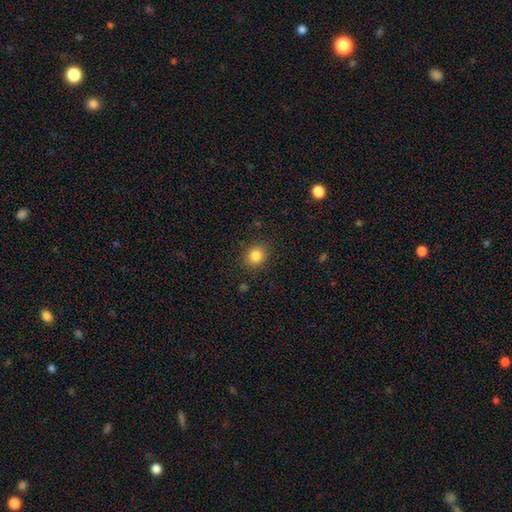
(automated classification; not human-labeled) Smooth or featured?
  - smooth: 83% *
  - star or artifact: 11%
  - featured or disk: 6%
How rounded?
  - round: 73% *
  - in between: 26%
  - cigar-shaped: 1%
Merging?
  - none: 88% *
  - minor disturbance: 8%
  - major disturbance: 3%
  - merger: 1%